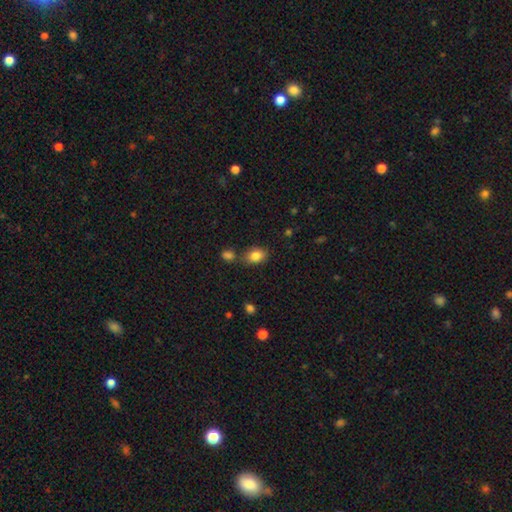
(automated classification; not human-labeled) Smooth or featured: smooth — 84% (star or artifact — 9%)
How rounded: in between — 77% (round — 22%)
Merging: none — 72% (minor disturbance — 14%)